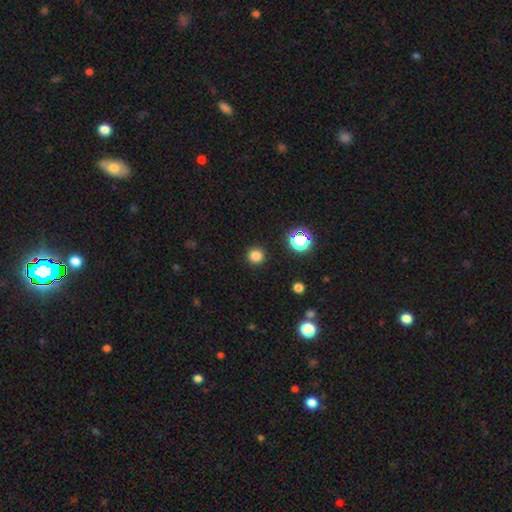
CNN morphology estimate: Smooth or featured? Predicted: smooth (p=0.82). How rounded? Predicted: round (p=0.95). Merging? Predicted: none (p=0.92).